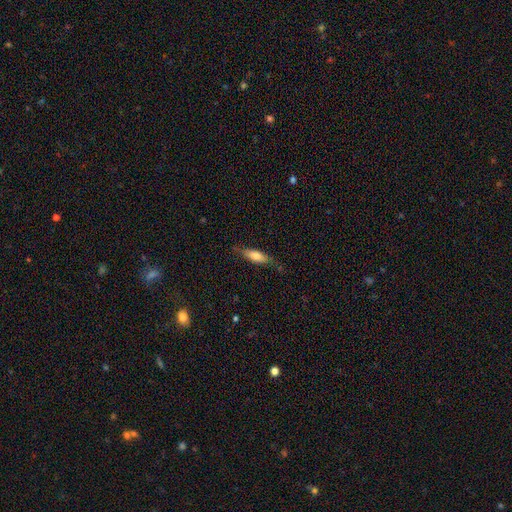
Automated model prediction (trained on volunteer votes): A smooth galaxy with no disk features (66%) that is cigar-shaped (51%). Merging: none (72%).